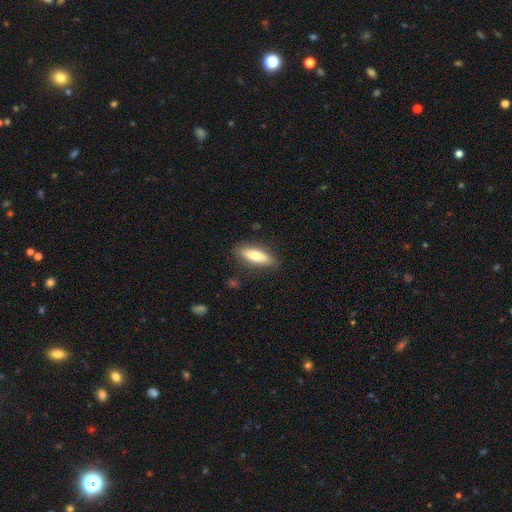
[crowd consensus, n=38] This is likely a smooth galaxy (61%). How rounded: likely in between (65%). Merging: clearly none (89%).